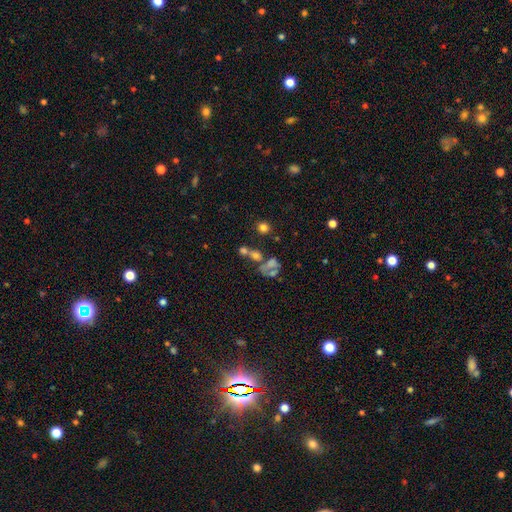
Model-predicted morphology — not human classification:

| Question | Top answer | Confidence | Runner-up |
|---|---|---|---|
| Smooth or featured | smooth | 37% | featured or disk (32%) |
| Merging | merger | 40% | none (32%) |